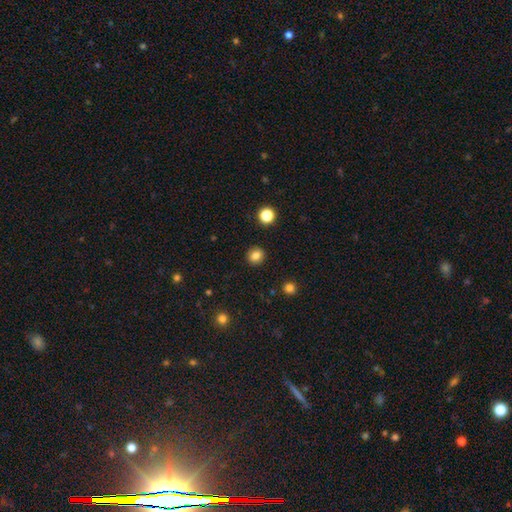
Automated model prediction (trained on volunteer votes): smooth-or-featured: smooth: 83% | star or artifact: 11% | featured or disk: 6%
  how-rounded: round: 86% | in between: 13% | cigar-shaped: 1%
  merging: none: 91% | minor disturbance: 5% | major disturbance: 2% | merger: 1%